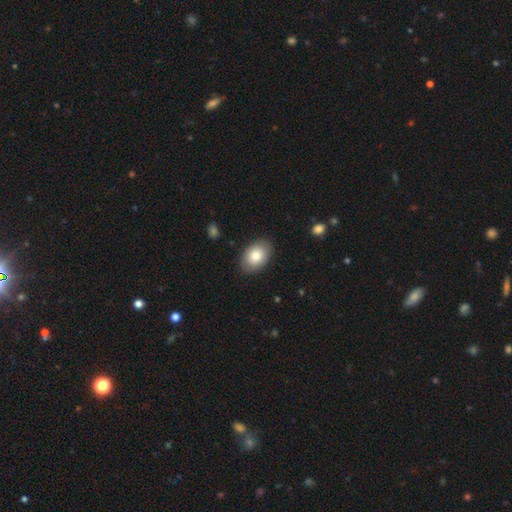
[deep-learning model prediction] Smooth or featured? smooth (81%)
How rounded? in between (85%)
Merging? none (87%)